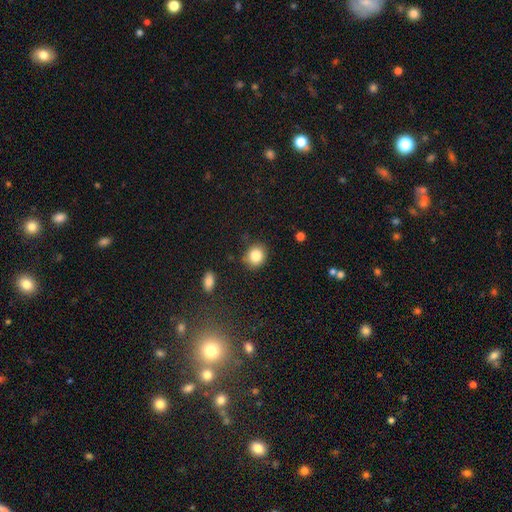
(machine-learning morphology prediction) This is clearly a smooth galaxy (85%). How rounded: likely round (75%). Merging: clearly none (83%).